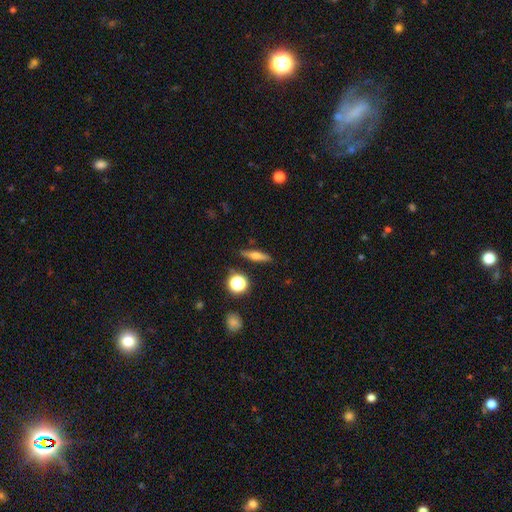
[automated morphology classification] smooth 48%, featured or disk 42%, star or artifact 10%. Down the decision tree: merging — none (86%).